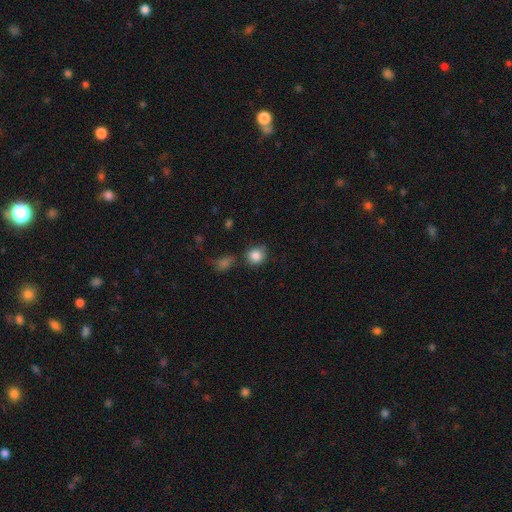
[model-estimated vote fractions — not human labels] Smooth or featured? Predicted: smooth (p=0.85). How rounded? Predicted: round (p=0.81). Merging? Predicted: none (p=0.67).